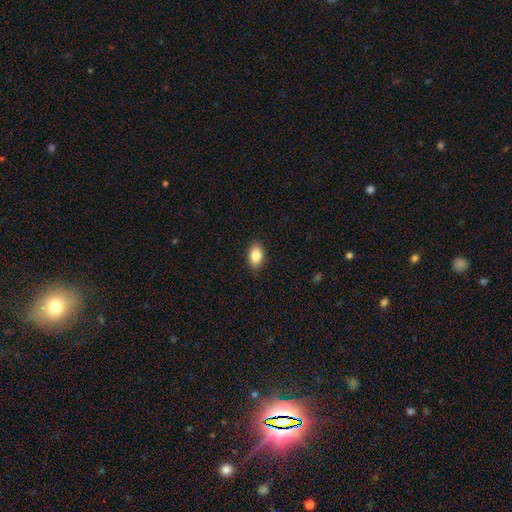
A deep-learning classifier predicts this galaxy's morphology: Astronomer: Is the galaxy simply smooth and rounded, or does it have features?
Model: smooth — 86%.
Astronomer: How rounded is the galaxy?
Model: in between — 89%.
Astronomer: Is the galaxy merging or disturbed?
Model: none — 88%.